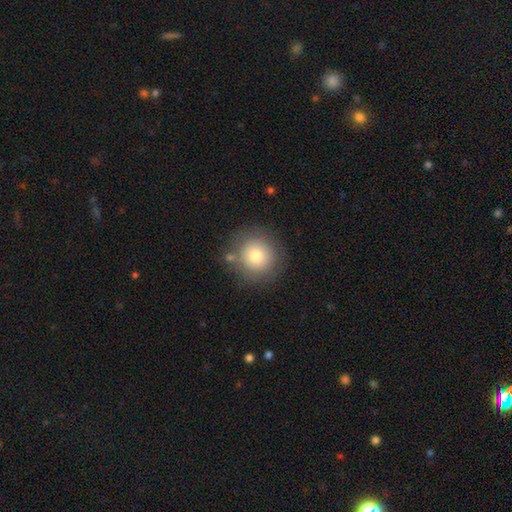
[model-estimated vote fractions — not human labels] smooth_or_featured: smooth (p=0.76) [alt: featured or disk p=0.13]
how_rounded: round (p=0.93) [alt: in between p=0.06]
merging: none (p=0.82) [alt: minor disturbance p=0.11]